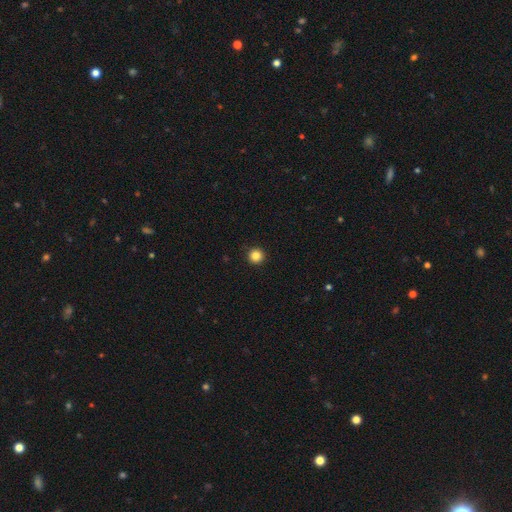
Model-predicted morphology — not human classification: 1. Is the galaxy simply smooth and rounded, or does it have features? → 85% smooth, 11% star or artifact, 4% featured or disk.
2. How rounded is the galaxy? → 96% round, 3% in between, 1% cigar-shaped.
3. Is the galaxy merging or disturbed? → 94% none, 4% minor disturbance, 1% major disturbance, 1% merger.